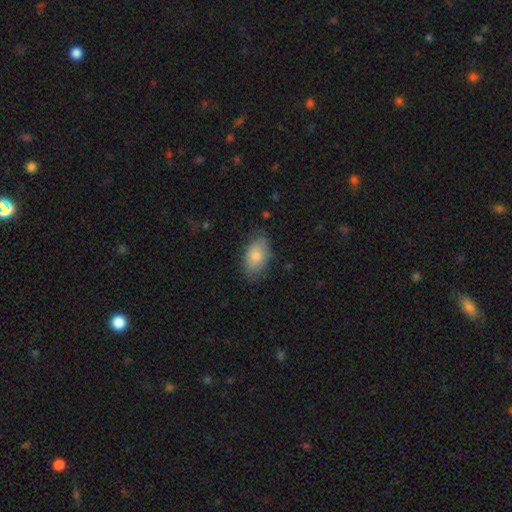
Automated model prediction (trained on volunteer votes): This appears to be a smooth galaxy with no disk features (81%) that is in between round and cigar-shaped (92%). Merging: none (78%).